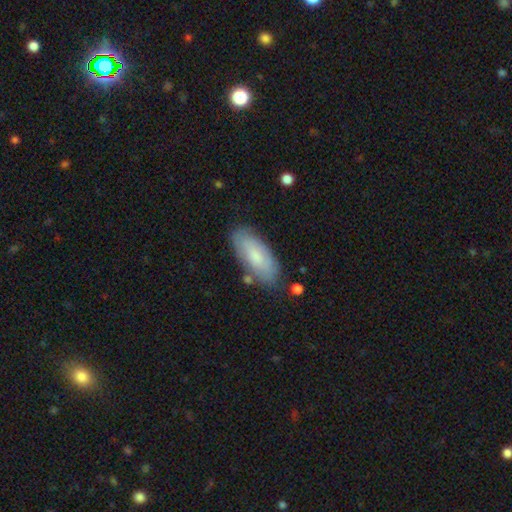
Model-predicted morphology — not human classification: This appears to be a smooth galaxy with no disk features (70%) that is in between round and cigar-shaped (84%). Merging: none (79%).